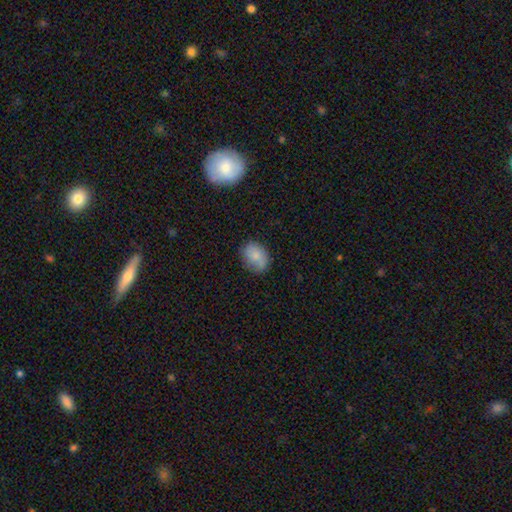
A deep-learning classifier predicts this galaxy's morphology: type=smooth (78%); roundness=in between (67%); merging=none (73%).